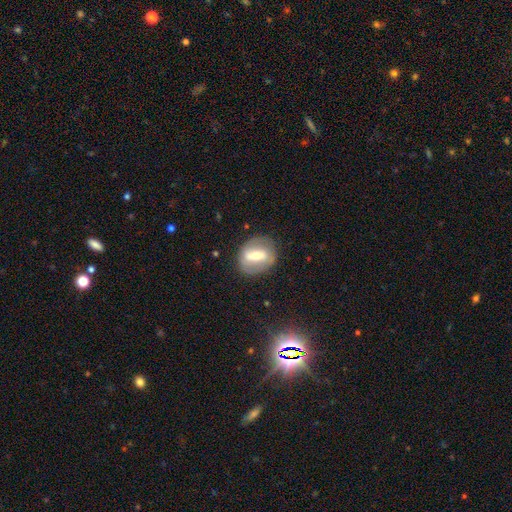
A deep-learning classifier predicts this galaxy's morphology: Smooth or featured? Predicted: featured or disk (p=0.59). Edge-on disk? Predicted: no (p=0.90). Bar? Predicted: strong (p=0.56). Spiral arms? Predicted: no (p=0.57). Bulge size? Predicted: moderate (p=0.59). Merging? Predicted: none (p=0.78).